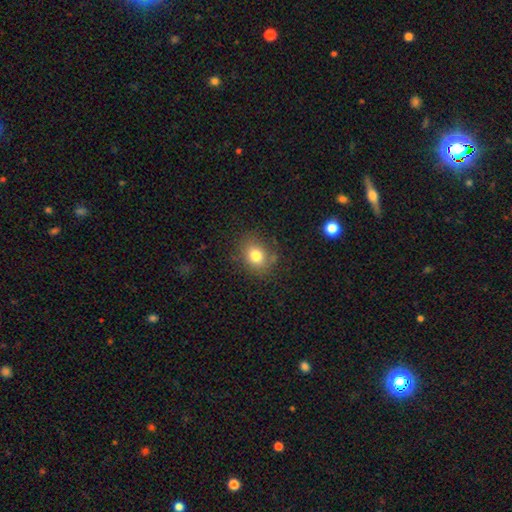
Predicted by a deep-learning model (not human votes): Overall: smooth (78%). How rounded: round (54%; in between 45%). Merging: none (79%).